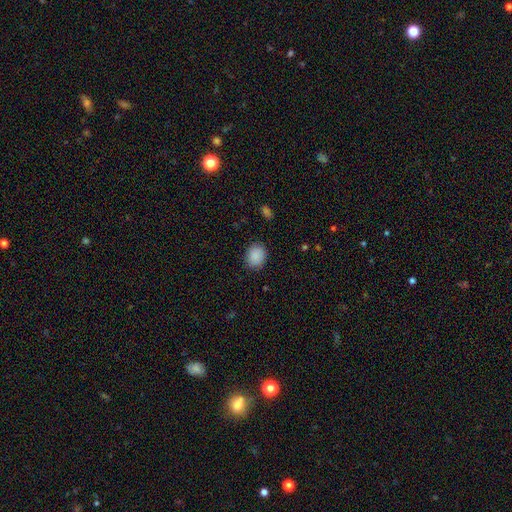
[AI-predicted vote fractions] Smooth or featured? Predicted: smooth (p=0.89). How rounded? Predicted: round (p=0.52). Merging? Predicted: none (p=0.86).